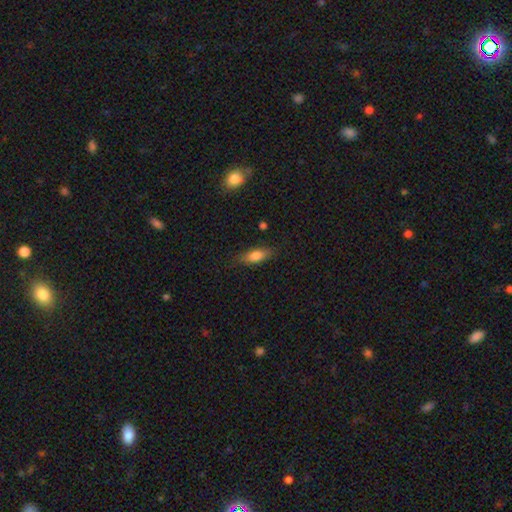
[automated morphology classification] Smooth or featured: smooth — 76% (featured or disk — 17%)
How rounded: in between — 67% (cigar-shaped — 30%)
Merging: none — 81% (minor disturbance — 14%)